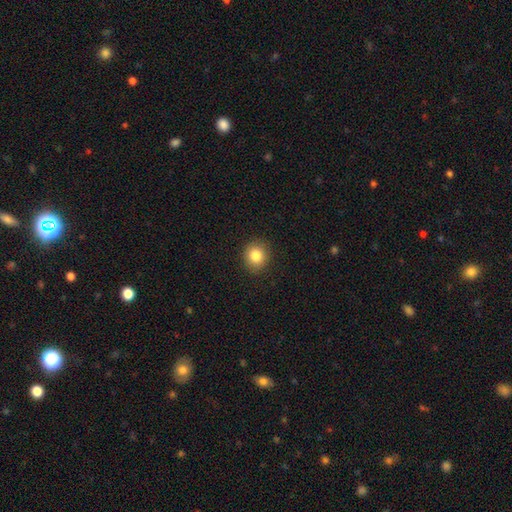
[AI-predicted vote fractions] A smooth galaxy with no disk features (84%) that is round (82%). Merging: none (90%).